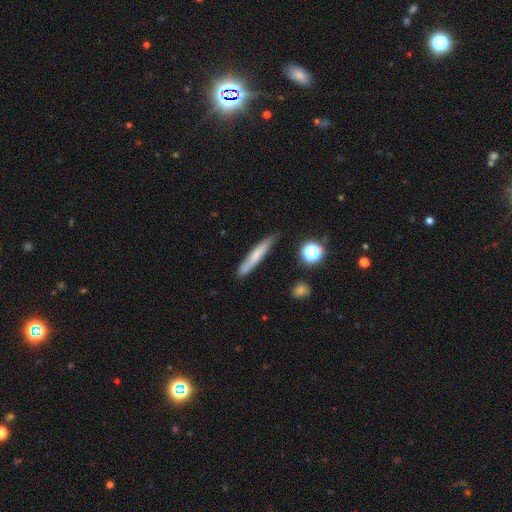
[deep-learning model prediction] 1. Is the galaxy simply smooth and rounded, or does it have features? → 64% smooth, 28% featured or disk, 8% star or artifact.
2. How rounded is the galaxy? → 92% cigar-shaped, 6% in between, 2% round.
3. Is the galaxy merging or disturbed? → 80% none, 15% minor disturbance, 3% major disturbance, 2% merger.